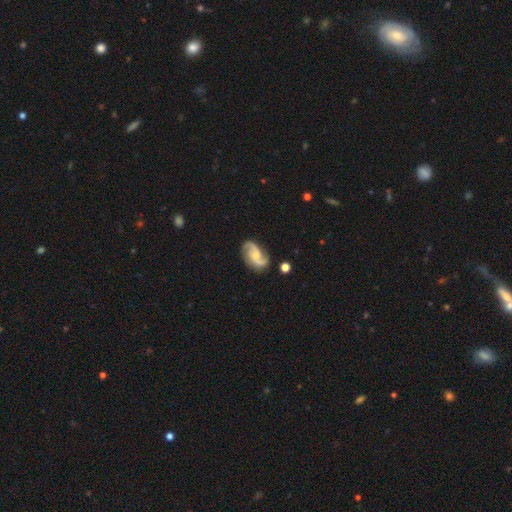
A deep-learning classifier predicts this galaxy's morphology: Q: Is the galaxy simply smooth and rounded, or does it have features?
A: featured or disk — 87%.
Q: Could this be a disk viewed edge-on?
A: no — 98%.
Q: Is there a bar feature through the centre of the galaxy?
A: no — 54%.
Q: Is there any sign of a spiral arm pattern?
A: yes — 97%.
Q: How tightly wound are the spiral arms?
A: medium — 45%.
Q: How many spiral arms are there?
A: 2 — 89%.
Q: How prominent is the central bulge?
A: small — 48%.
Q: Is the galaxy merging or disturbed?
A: none — 76%.